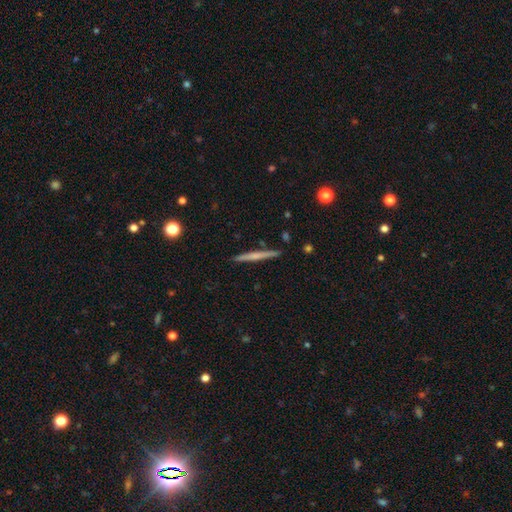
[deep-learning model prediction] Overall: featured or disk (50%; smooth 44%). Edge-on disk: yes (98%). Merging: none (91%).